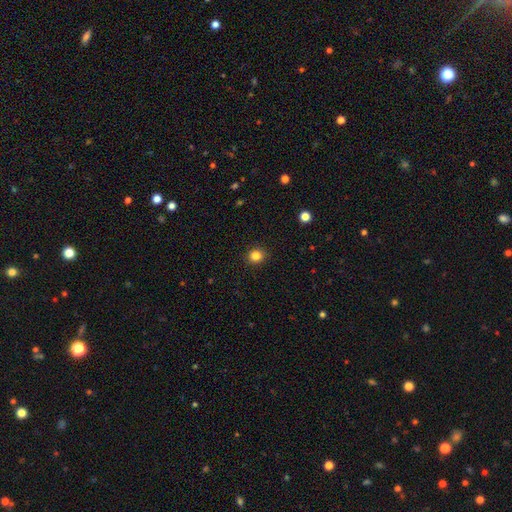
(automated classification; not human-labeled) smooth-or-featured: smooth: 84% | star or artifact: 12% | featured or disk: 4%
  how-rounded: round: 85% | in between: 14% | cigar-shaped: 1%
  merging: none: 92% | minor disturbance: 6% | major disturbance: 2% | merger: 1%